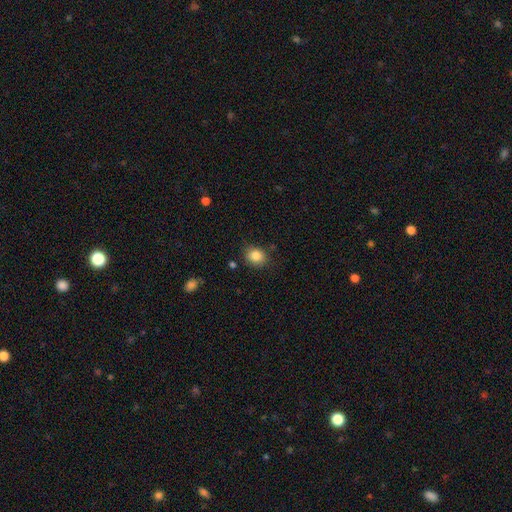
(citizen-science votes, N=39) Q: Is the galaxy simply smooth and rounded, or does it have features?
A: smooth — 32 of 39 (82%).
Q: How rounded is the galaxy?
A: round — 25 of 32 (78%).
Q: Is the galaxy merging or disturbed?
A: none — 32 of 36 (89%).